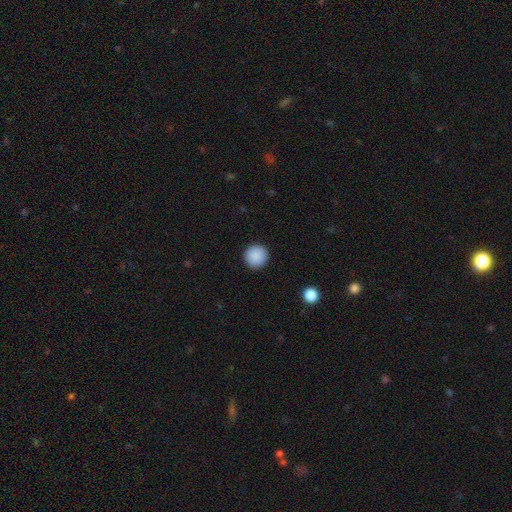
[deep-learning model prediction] A smooth galaxy with no disk features (90%) that is round (96%). Merging: none (93%).